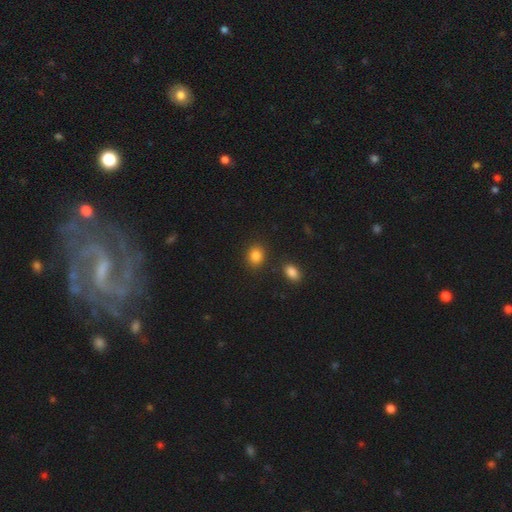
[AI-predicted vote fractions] smooth-or-featured: smooth: 86% | star or artifact: 9% | featured or disk: 4%
  how-rounded: round: 59% | in between: 40% | cigar-shaped: 1%
  merging: none: 85% | minor disturbance: 8% | merger: 5% | major disturbance: 3%